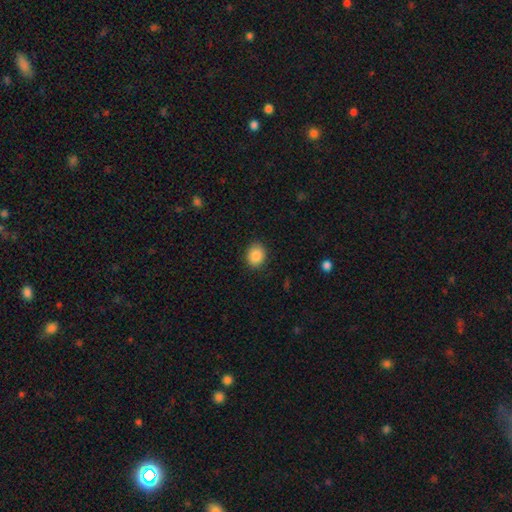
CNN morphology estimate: A smooth galaxy with no disk features (88%) that is round (57%). Merging: none (88%).